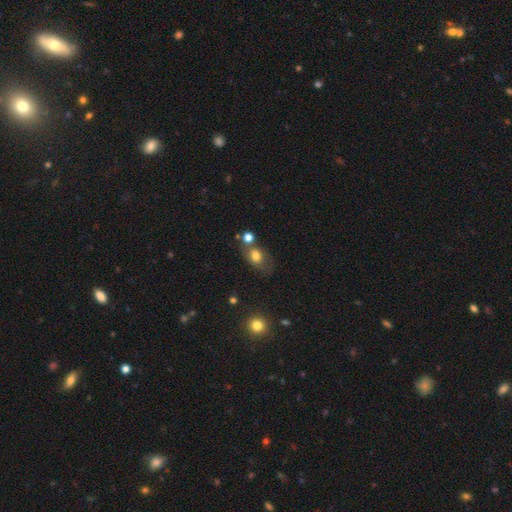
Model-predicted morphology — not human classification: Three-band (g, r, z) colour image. It shows a smooth galaxy with no disk features (69%) that is in between round and cigar-shaped (68%). Merging: none (51%).